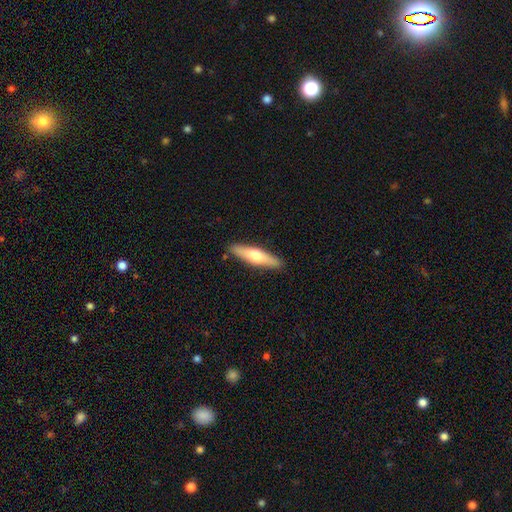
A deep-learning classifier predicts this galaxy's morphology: Q: Smooth or featured?
A: smooth (56%); runner-up: featured or disk (39%)
Q: How rounded?
A: cigar-shaped (75%); runner-up: in between (24%)
Q: Merging?
A: none (88%); runner-up: minor disturbance (9%)